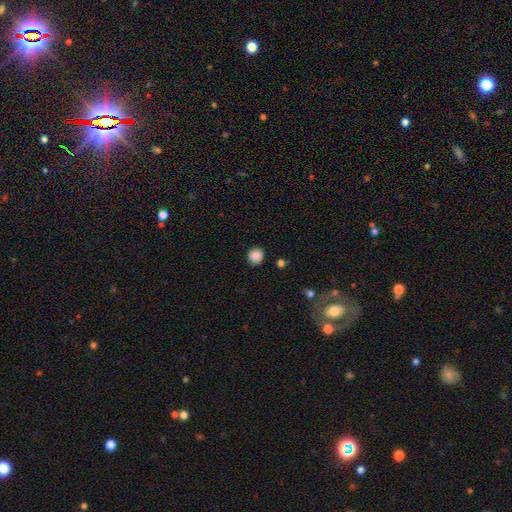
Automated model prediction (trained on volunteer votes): This appears to be a smooth galaxy with no disk features (87%) that is round (92%). Merging: none (90%).